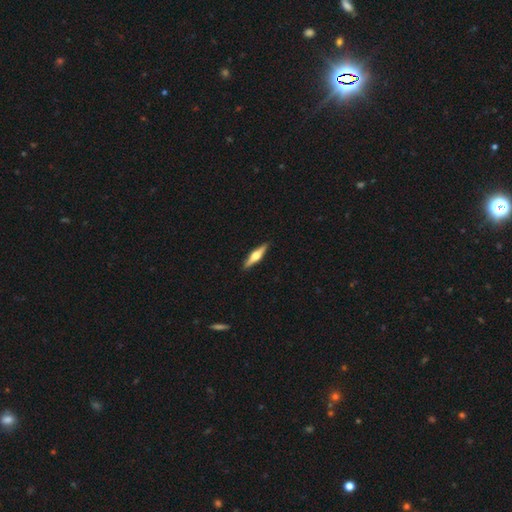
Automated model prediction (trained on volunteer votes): Overall: featured or disk (67%; smooth 28%). Edge-on disk: yes (97%). Edge-on bulge: rounded (93%). Merging: none (91%).